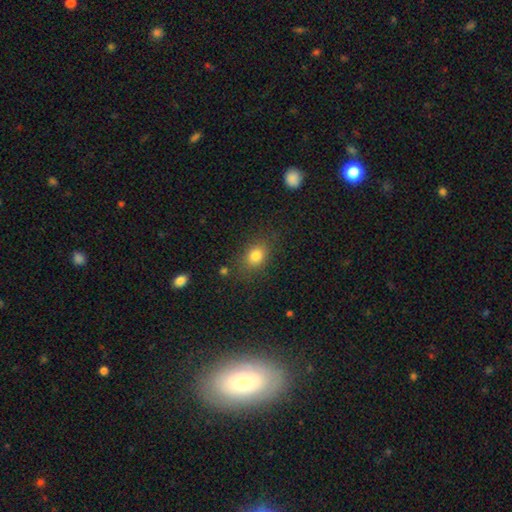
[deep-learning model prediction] Overall: smooth (81%). How rounded: in between (59%; round 39%). Merging: none (80%).